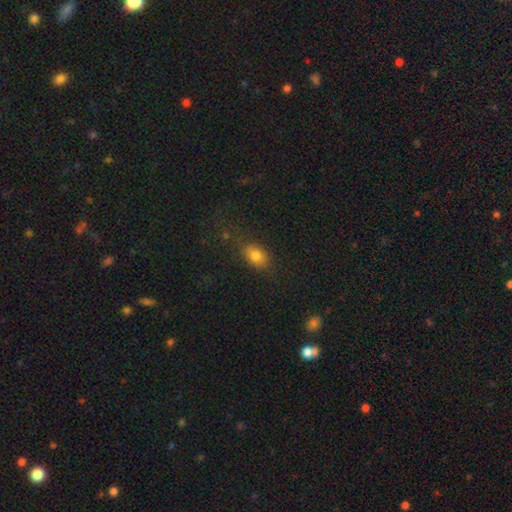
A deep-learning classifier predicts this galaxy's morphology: A smooth galaxy with no disk features (78%) that is in between round and cigar-shaped (76%). Merging: none (75%).